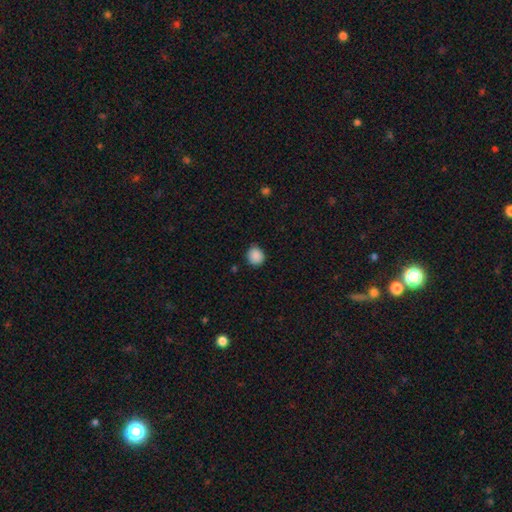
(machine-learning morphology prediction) A smooth galaxy with no disk features (88%) that is round (83%).

Vote fractions:
- Smooth or featured? smooth: 88% / star or artifact: 9% / featured or disk: 3%
- How rounded? round: 83% / in between: 16% / cigar-shaped: 1%
- Merging? none: 84% / minor disturbance: 12% / major disturbance: 3% / merger: 1%